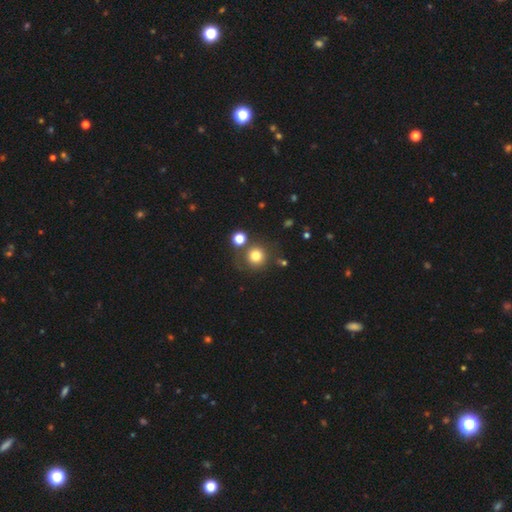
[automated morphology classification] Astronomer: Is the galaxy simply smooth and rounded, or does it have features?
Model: smooth — 79%.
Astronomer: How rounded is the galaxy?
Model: round — 93%.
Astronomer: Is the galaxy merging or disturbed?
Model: none — 74%.